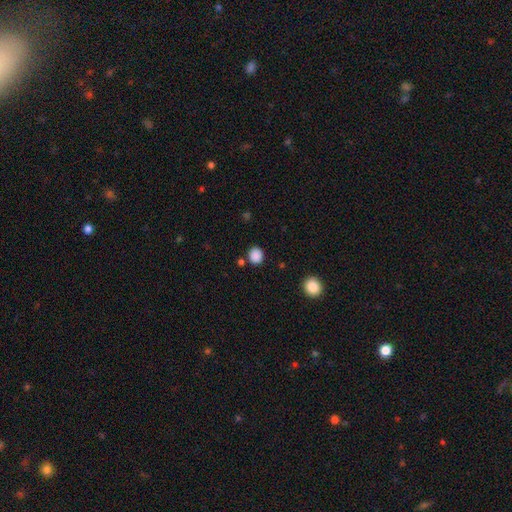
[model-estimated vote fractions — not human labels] Smooth or featured?
  - smooth: 87% *
  - star or artifact: 10%
  - featured or disk: 3%
How rounded?
  - round: 80% *
  - in between: 19%
  - cigar-shaped: 1%
Merging?
  - none: 84% *
  - minor disturbance: 9%
  - merger: 5%
  - major disturbance: 3%